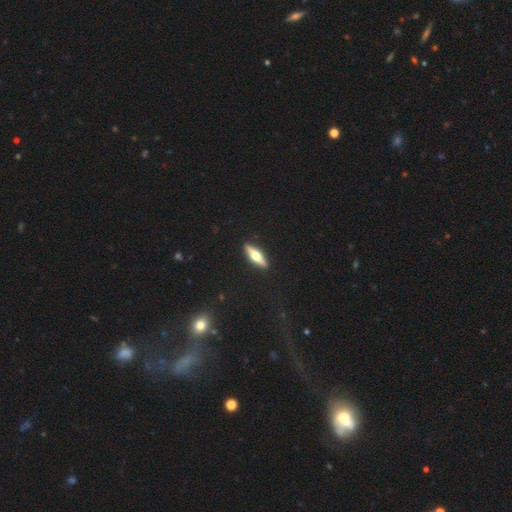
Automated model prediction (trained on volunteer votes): Smooth or featured? Predicted: featured or disk (p=0.62). Edge-on disk? Predicted: yes (p=0.95). Edge-on bulge? Predicted: rounded (p=0.95). Merging? Predicted: none (p=0.91).